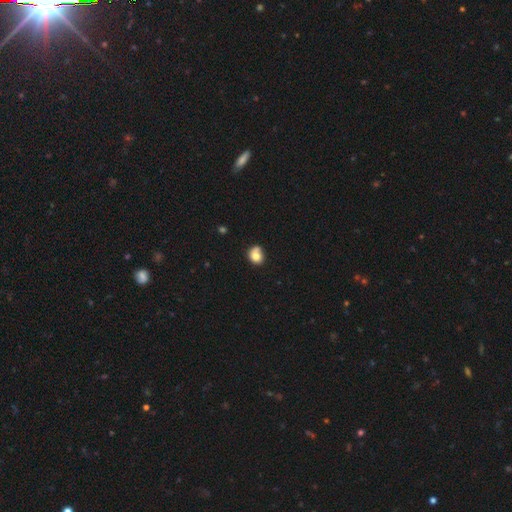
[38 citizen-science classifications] A smooth galaxy with no disk features (84%) that is round (50%, tied with in between). Merging: minor disturbance (39%).